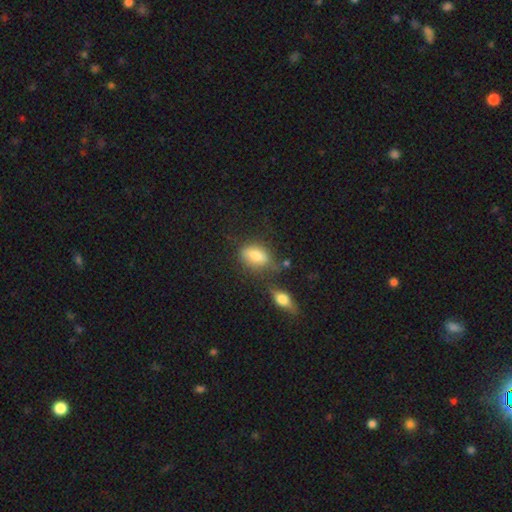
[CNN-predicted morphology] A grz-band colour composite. It shows a smooth galaxy with no disk features (78%) that is in between round and cigar-shaped (85%). Merging: none (51%).